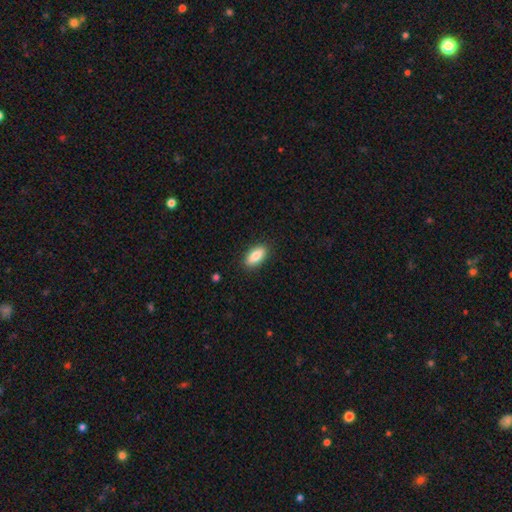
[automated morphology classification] Overall: smooth (84%). How rounded: in between (85%). Merging: none (89%).